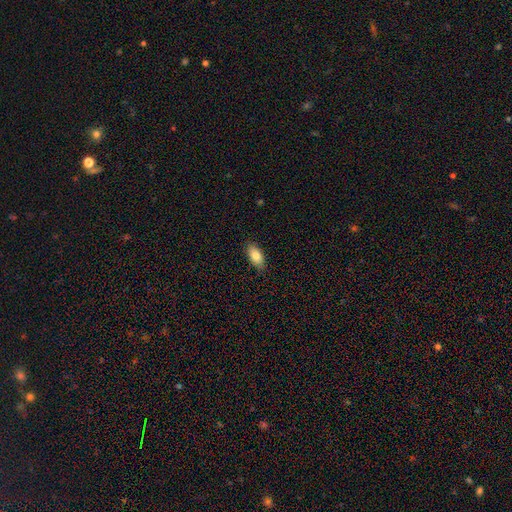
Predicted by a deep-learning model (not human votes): Smooth or featured: smooth — 84% (featured or disk — 9%)
How rounded: in between — 91% (cigar-shaped — 6%)
Merging: none — 87% (minor disturbance — 10%)